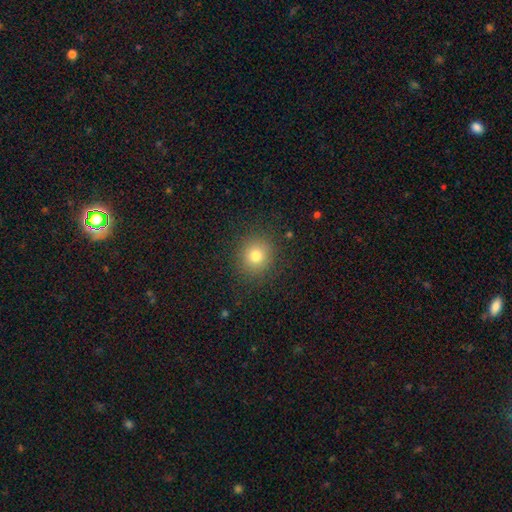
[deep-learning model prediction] smooth-or-featured: smooth: 79% | star or artifact: 13% | featured or disk: 8%
  how-rounded: round: 89% | in between: 10% | cigar-shaped: 1%
  merging: none: 88% | minor disturbance: 8% | major disturbance: 3% | merger: 1%